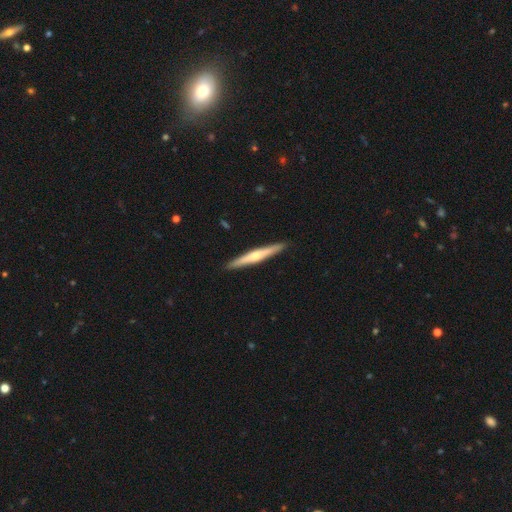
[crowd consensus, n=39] Q: Smooth or featured?
A: featured or disk (77%); runner-up: smooth (23%)
Q: Edge-on disk?
A: yes (97%); runner-up: no (3%)
Q: Edge-on bulge?
A: rounded (90%); runner-up: none (7%)
Q: Merging?
A: none (97%); runner-up: major disturbance (3%)